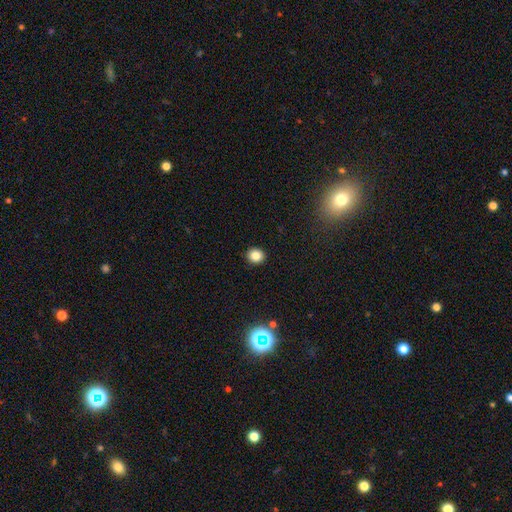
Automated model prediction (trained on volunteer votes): Smooth or featured? smooth (84%)
How rounded? round (84%)
Merging? none (92%)